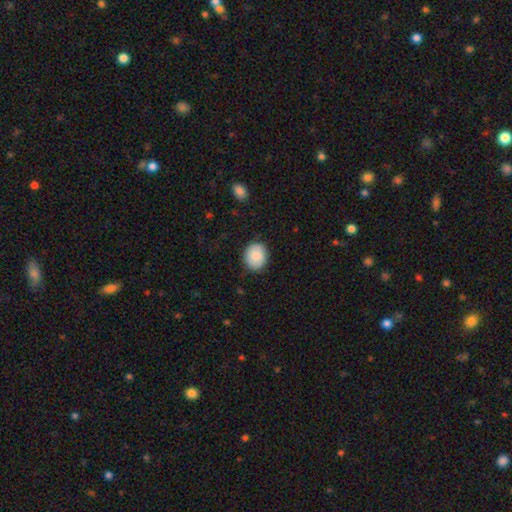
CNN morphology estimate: Smooth or featured?
  - smooth: 84% *
  - featured or disk: 9%
  - star or artifact: 7%
How rounded?
  - round: 67% *
  - in between: 32%
  - cigar-shaped: 1%
Merging?
  - none: 86% *
  - minor disturbance: 11%
  - major disturbance: 2%
  - merger: 1%